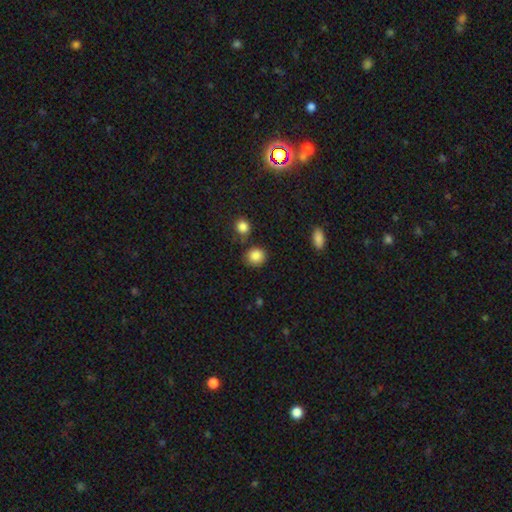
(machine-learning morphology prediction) smooth-or-featured: smooth: 87% | star or artifact: 9% | featured or disk: 4%
  how-rounded: round: 80% | in between: 19% | cigar-shaped: 1%
  merging: none: 78% | minor disturbance: 13% | merger: 5% | major disturbance: 4%